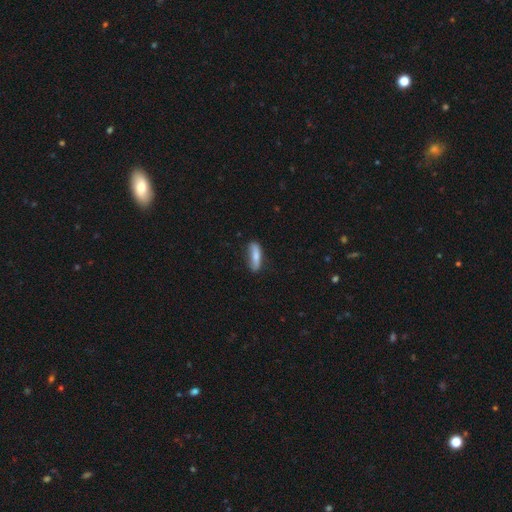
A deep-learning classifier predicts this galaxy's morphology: smooth-or-featured: smooth: 71% | featured or disk: 23% | star or artifact: 6%
  how-rounded: cigar-shaped: 60% | in between: 38% | round: 2%
  merging: none: 72% | minor disturbance: 21% | major disturbance: 5% | merger: 2%